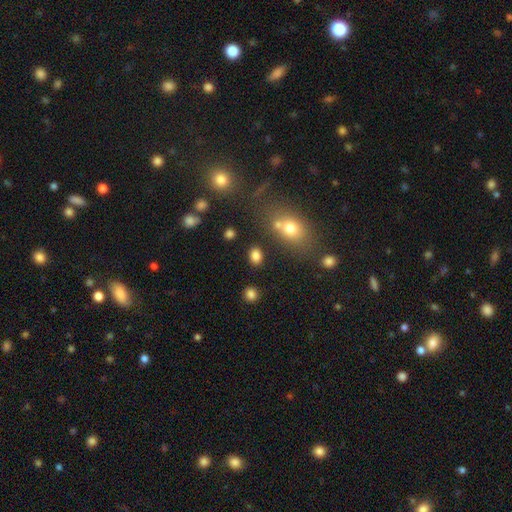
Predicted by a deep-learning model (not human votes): smooth_or_featured: smooth (p=0.82) [alt: star or artifact p=0.12]
how_rounded: in between (p=0.70) [alt: round p=0.29]
merging: none (p=0.80) [alt: minor disturbance p=0.10]